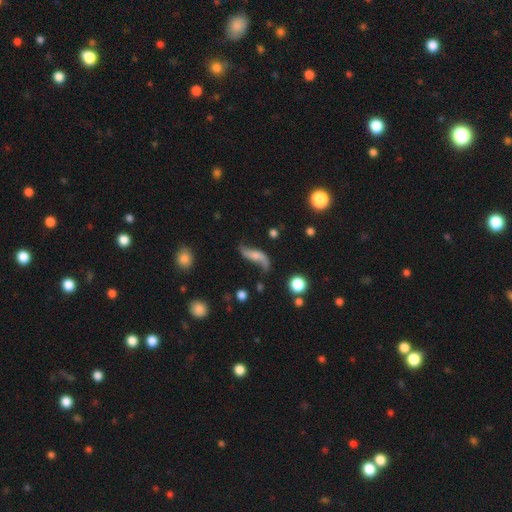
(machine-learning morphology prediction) This is likely a featured or disk galaxy (77%). It is clearly not viewed edge-on (90%). Bar: possibly no (58%). Spiral arm pattern: clearly yes (93%). Spiral arm count: clearly 2 (90%). Spiral winding: clearly loose (93%). Central bulge: marginally small (40%). Merging: possibly none (59%).